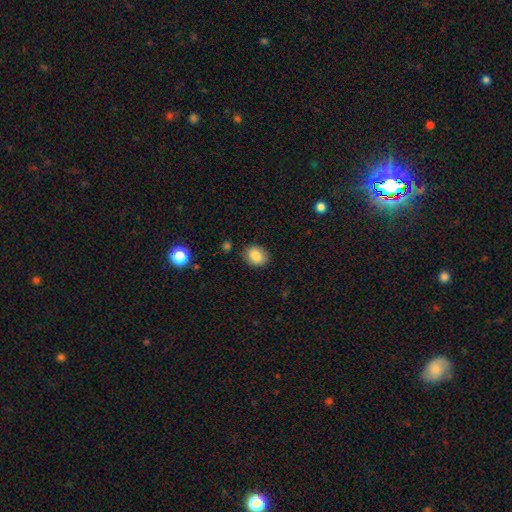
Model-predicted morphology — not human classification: A smooth galaxy with no disk features (86%) that is in between round and cigar-shaped (54%). Merging: none (82%).